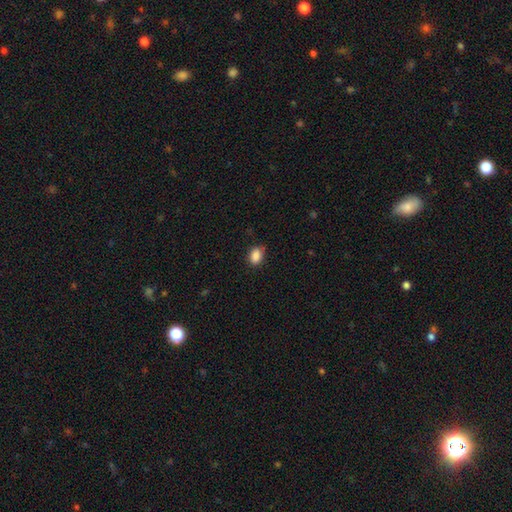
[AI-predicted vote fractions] Morphology: type=smooth (87%); roundness=in between (82%); merging=none (77%).